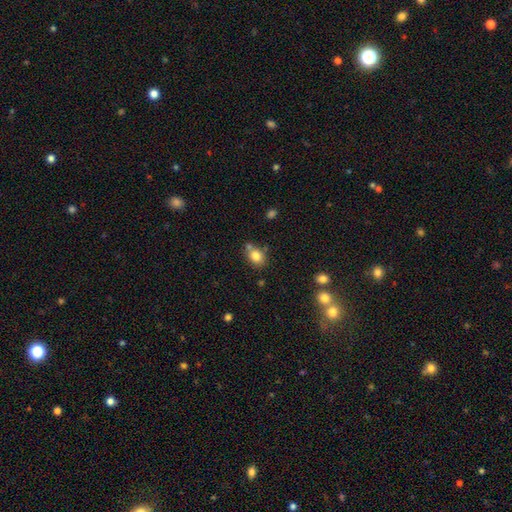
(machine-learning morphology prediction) Q: Smooth or featured?
A: smooth (81%); runner-up: star or artifact (10%)
Q: How rounded?
A: in between (52%); runner-up: round (46%)
Q: Merging?
A: none (62%); runner-up: merger (18%)